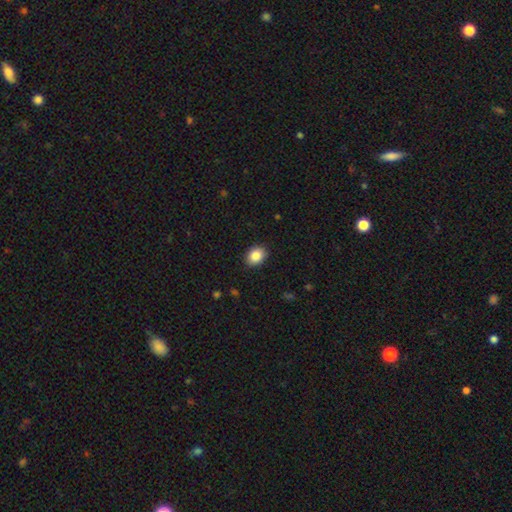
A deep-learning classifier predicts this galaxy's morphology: Smooth or featured?
  - smooth: 87% *
  - star or artifact: 8%
  - featured or disk: 5%
How rounded?
  - in between: 59% *
  - round: 40%
  - cigar-shaped: 1%
Merging?
  - none: 90% *
  - minor disturbance: 7%
  - major disturbance: 2%
  - merger: 1%